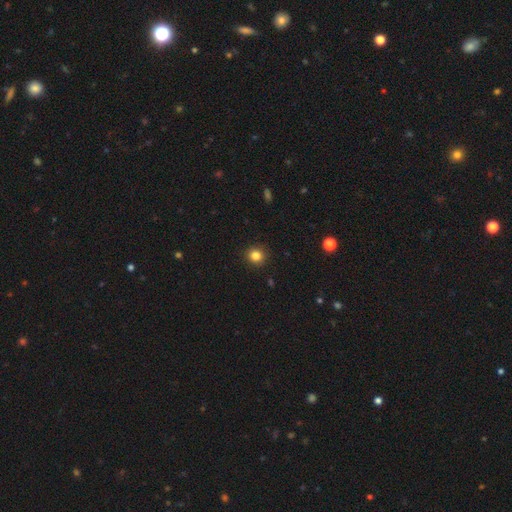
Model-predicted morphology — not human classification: The model was most divided on "smooth or featured": smooth: 83%, star or artifact: 12%, featured or disk: 5%. More confident: merging — none (92%); how rounded — round (91%).